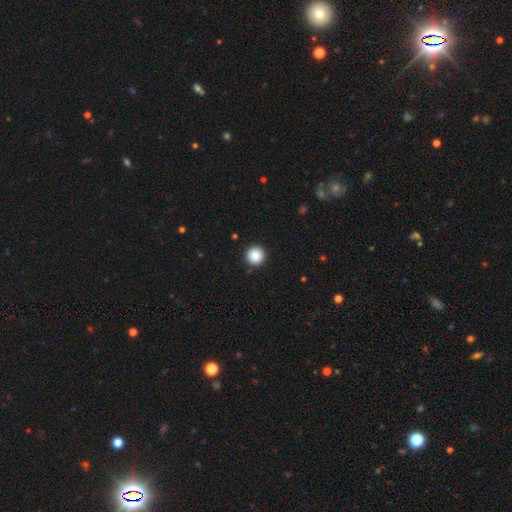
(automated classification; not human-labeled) smooth_or_featured: smooth (p=0.87) [alt: star or artifact p=0.09]
how_rounded: round (p=0.97) [alt: in between p=0.02]
merging: none (p=0.93) [alt: minor disturbance p=0.04]